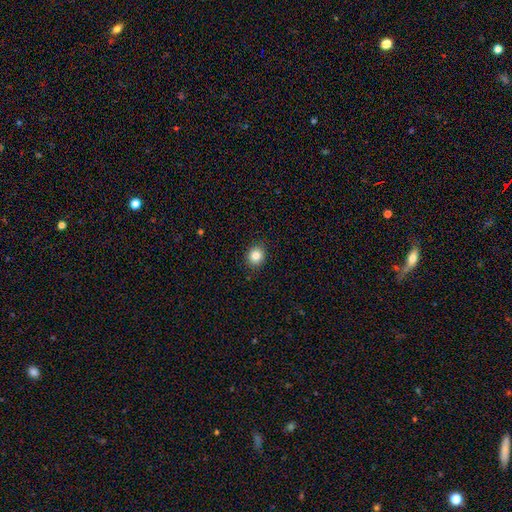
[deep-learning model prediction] Q: Smooth or featured?
A: smooth (83%); runner-up: star or artifact (11%)
Q: How rounded?
A: round (74%); runner-up: in between (25%)
Q: Merging?
A: none (89%); runner-up: minor disturbance (8%)